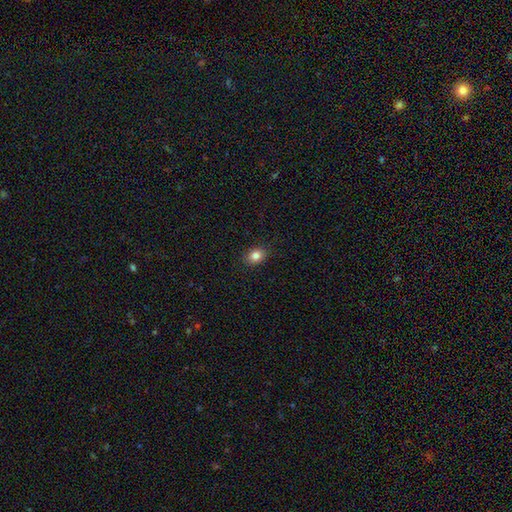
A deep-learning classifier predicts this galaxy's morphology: Q: Smooth or featured?
A: smooth (84%); runner-up: star or artifact (10%)
Q: How rounded?
A: in between (65%); runner-up: round (34%)
Q: Merging?
A: none (90%); runner-up: minor disturbance (8%)